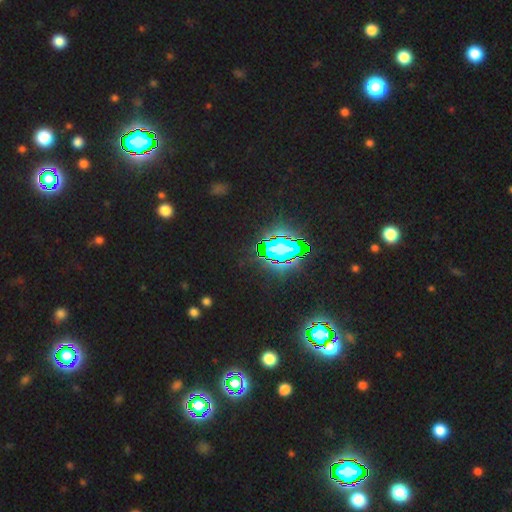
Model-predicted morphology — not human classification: star or artifact 79%, smooth 13%, featured or disk 9%.